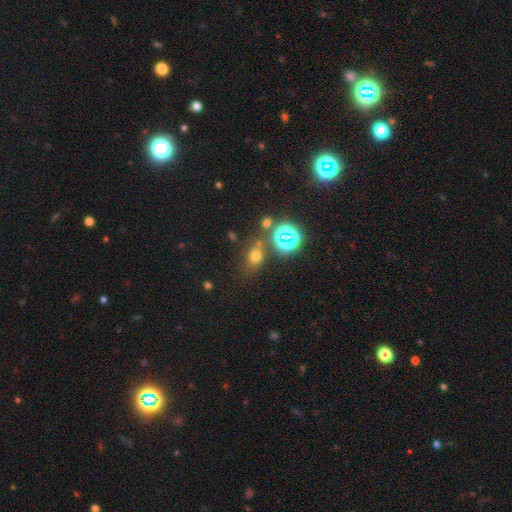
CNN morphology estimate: smooth-or-featured: smooth: 61% | star or artifact: 29% | featured or disk: 9%
  how-rounded: in between: 50% | round: 49% | cigar-shaped: 2%
  merging: none: 70% | minor disturbance: 14% | merger: 11% | major disturbance: 6%